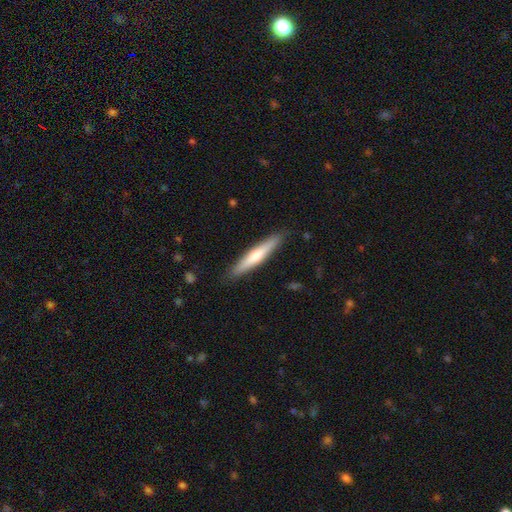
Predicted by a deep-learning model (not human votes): This appears to be a smooth galaxy with no disk features (50%) that is cigar-shaped (91%). Merging: none (89%).